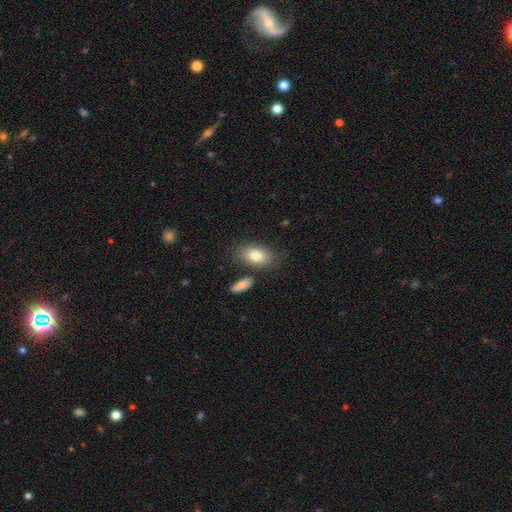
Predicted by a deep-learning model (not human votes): Overall: smooth (80%). How rounded: in between (88%). Merging: none (73%).